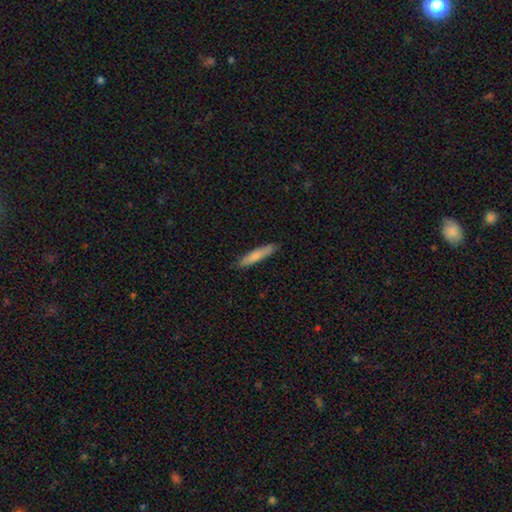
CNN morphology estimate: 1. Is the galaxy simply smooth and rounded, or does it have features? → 78% smooth, 16% featured or disk, 6% star or artifact.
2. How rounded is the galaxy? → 88% cigar-shaped, 11% in between, 1% round.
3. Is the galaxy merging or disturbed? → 87% none, 10% minor disturbance, 2% major disturbance, 1% merger.